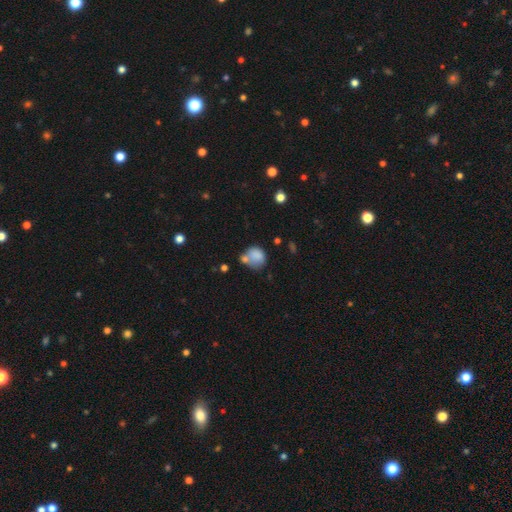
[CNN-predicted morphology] Smooth or featured?
  - smooth: 78% *
  - featured or disk: 12%
  - star or artifact: 10%
How rounded?
  - round: 62% *
  - in between: 37%
  - cigar-shaped: 1%
Merging?
  - none: 38% *
  - merger: 30%
  - minor disturbance: 21%
  - major disturbance: 11%